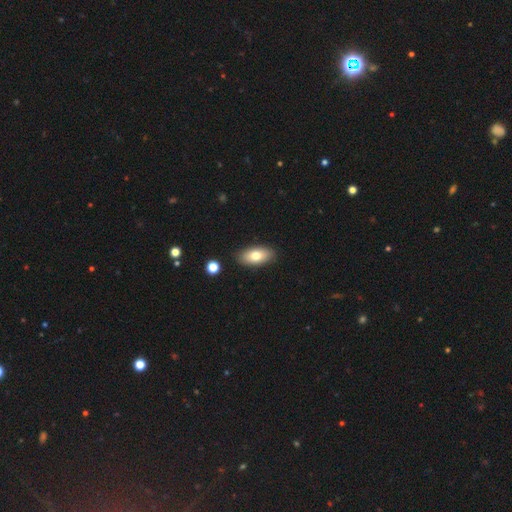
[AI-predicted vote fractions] Smooth or featured?
  - smooth: 76% *
  - featured or disk: 17%
  - star or artifact: 7%
How rounded?
  - in between: 90% *
  - cigar-shaped: 5%
  - round: 4%
Merging?
  - none: 88% *
  - minor disturbance: 8%
  - major disturbance: 2%
  - merger: 2%